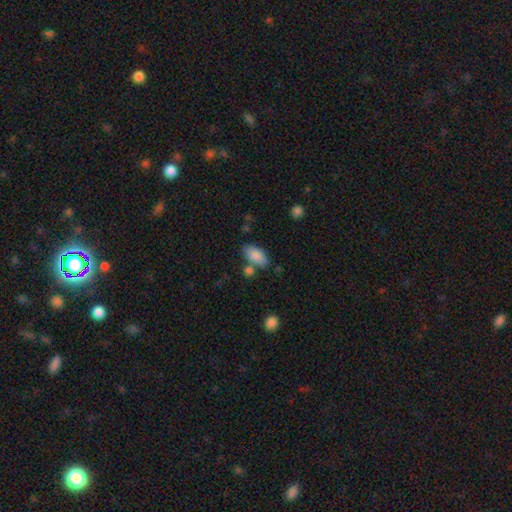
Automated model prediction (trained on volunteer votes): The model was most divided on "merging": none: 63%, minor disturbance: 16%, merger: 16%, major disturbance: 5%. More confident: how rounded — in between (92%); smooth or featured — smooth (86%).